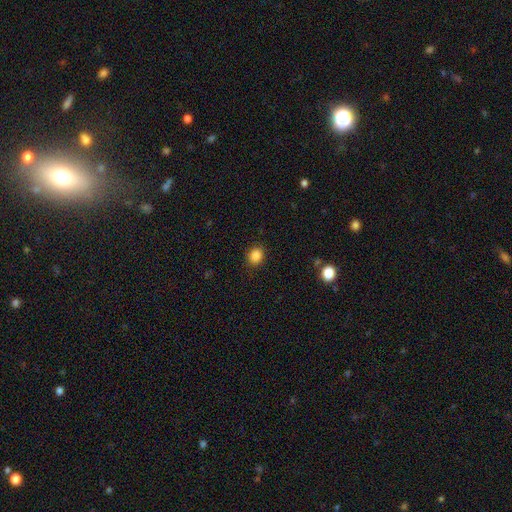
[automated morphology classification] The model was most divided on "how rounded": round: 70%, in between: 29%, cigar-shaped: 1%. More confident: merging — none (88%); smooth or featured — smooth (86%).